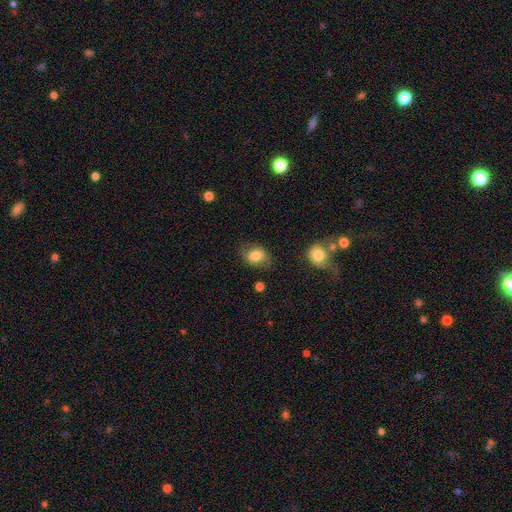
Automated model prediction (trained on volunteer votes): Smooth or featured: smooth — 77% (featured or disk — 14%)
How rounded: in between — 63% (round — 36%)
Merging: none — 70% (minor disturbance — 21%)